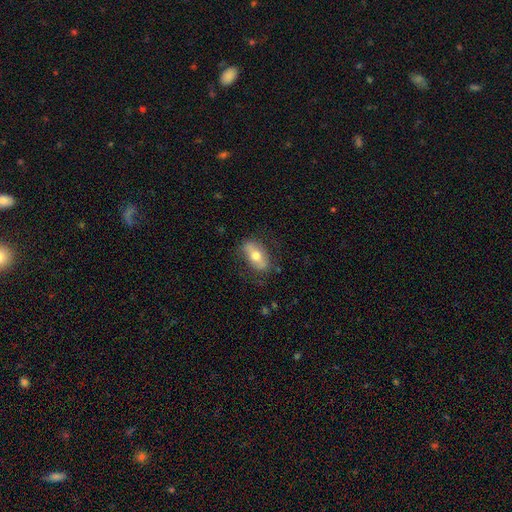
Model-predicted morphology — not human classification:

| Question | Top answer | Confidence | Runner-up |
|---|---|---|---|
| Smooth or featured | smooth | 55% | featured or disk (39%) |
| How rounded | in between | 87% | round (7%) |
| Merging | none | 76% | minor disturbance (17%) |